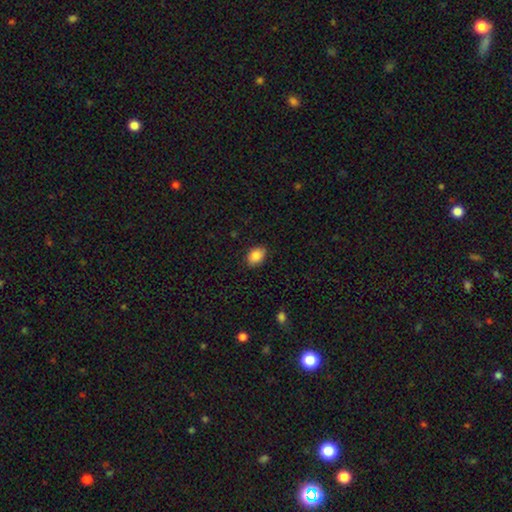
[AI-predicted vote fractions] A smooth galaxy with no disk features (87%) that is in between round and cigar-shaped (79%).

Vote fractions:
- Smooth or featured? smooth: 87% / star or artifact: 8% / featured or disk: 5%
- How rounded? in between: 79% / round: 20% / cigar-shaped: 1%
- Merging? none: 85% / minor disturbance: 11% / major disturbance: 2% / merger: 1%